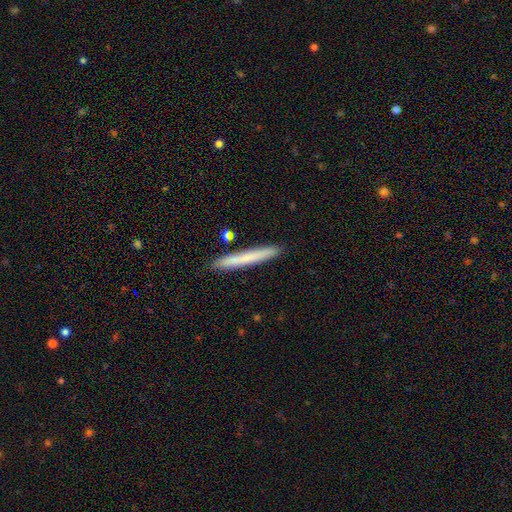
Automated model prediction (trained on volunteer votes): Q: Smooth or featured?
A: smooth (70%); runner-up: featured or disk (24%)
Q: How rounded?
A: cigar-shaped (96%); runner-up: in between (3%)
Q: Merging?
A: none (87%); runner-up: minor disturbance (8%)